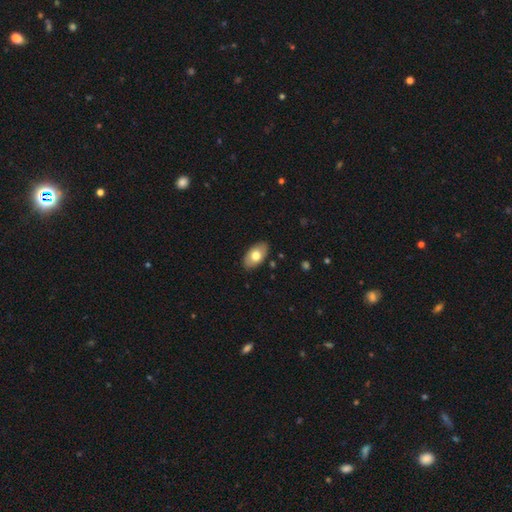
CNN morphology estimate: The model was most divided on "smooth or featured": smooth: 71%, featured or disk: 23%, star or artifact: 6%. More confident: how rounded — in between (94%); merging — none (87%).